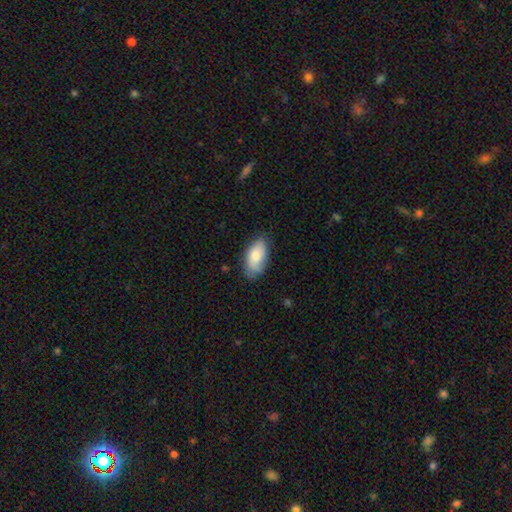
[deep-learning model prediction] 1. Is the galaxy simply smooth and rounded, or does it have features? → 80% smooth, 14% featured or disk, 6% star or artifact.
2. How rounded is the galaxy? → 92% in between, 5% cigar-shaped, 3% round.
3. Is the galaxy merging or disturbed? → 70% none, 24% minor disturbance, 5% major disturbance, 2% merger.